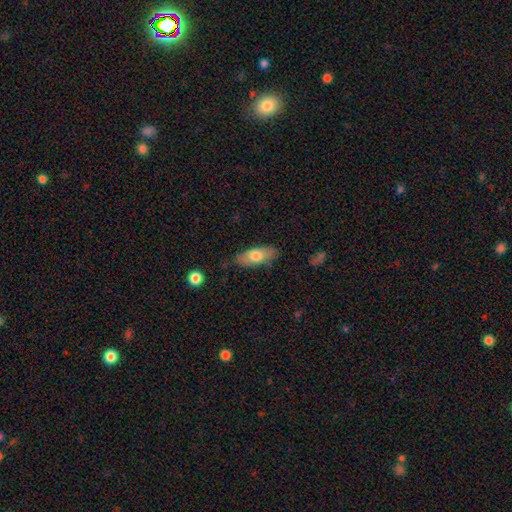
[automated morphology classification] Smooth or featured?
  - smooth: 71% *
  - featured or disk: 23%
  - star or artifact: 6%
How rounded?
  - in between: 79% *
  - cigar-shaped: 18%
  - round: 3%
Merging?
  - none: 80% *
  - minor disturbance: 15%
  - major disturbance: 3%
  - merger: 2%